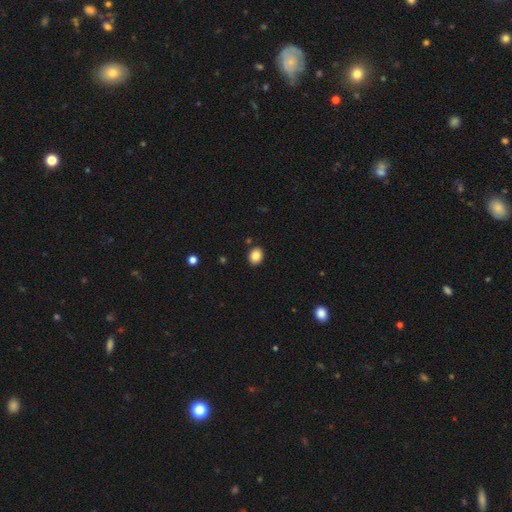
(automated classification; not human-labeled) The model was most divided on "how rounded": round: 53%, in between: 46%, cigar-shaped: 1%. More confident: merging — none (90%); smooth or featured — smooth (86%).